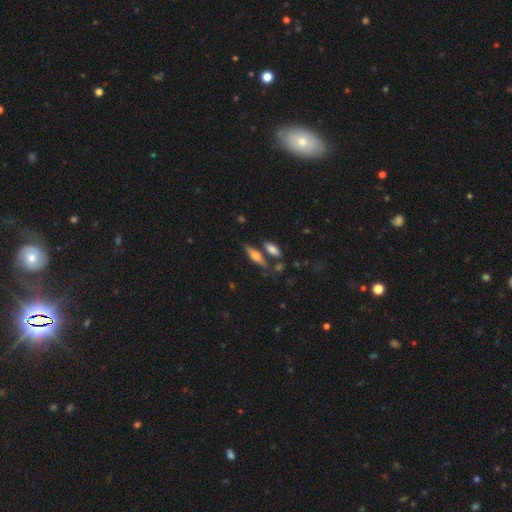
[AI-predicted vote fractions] featured or disk 50%, smooth 42%, star or artifact 8%. Down the decision tree: edge-on disk — yes (92%); merging — none (71%).